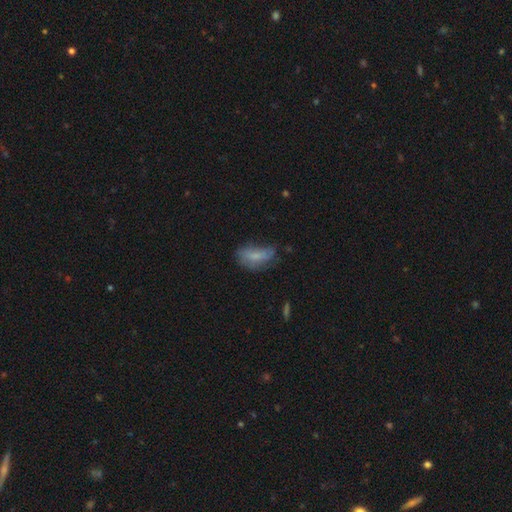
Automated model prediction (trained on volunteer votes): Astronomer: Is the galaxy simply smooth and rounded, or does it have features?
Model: smooth — 67%.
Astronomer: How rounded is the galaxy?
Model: in between — 84%.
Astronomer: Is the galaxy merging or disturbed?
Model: none — 43% (runner-up: minor disturbance, 35%).